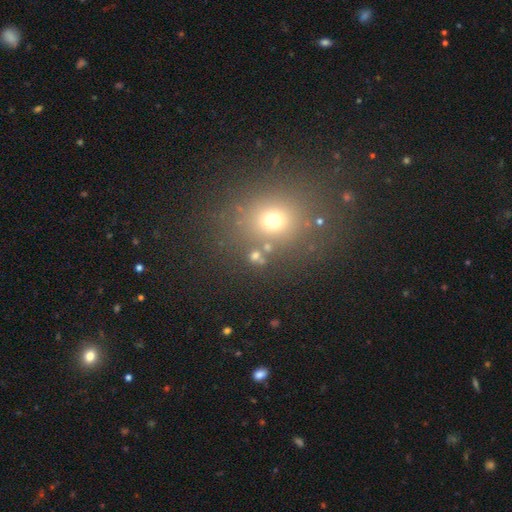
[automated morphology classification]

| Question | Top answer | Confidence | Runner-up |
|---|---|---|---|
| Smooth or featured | smooth | 63% | star or artifact (26%) |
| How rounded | round | 69% | in between (30%) |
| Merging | none | 75% | minor disturbance (10%) |